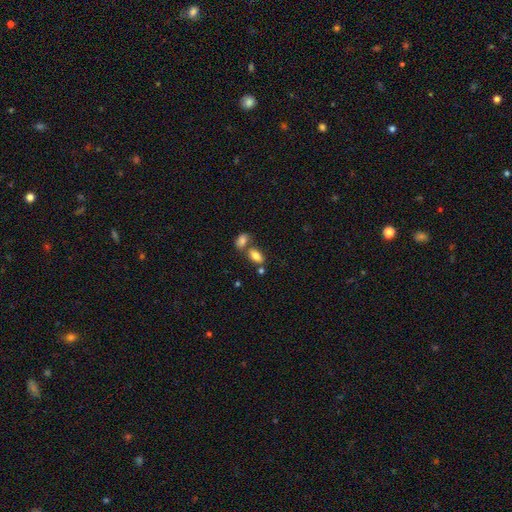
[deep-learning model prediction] This appears to be a smooth galaxy with no disk features (81%) that is in between round and cigar-shaped (89%). Merging: none (54%).